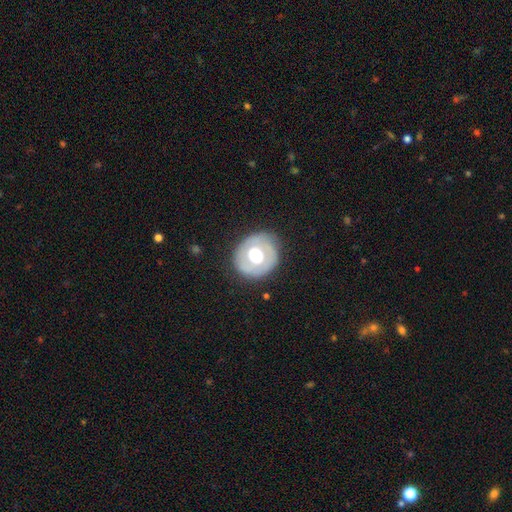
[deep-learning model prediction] smooth_or_featured: smooth (p=0.46) [tied with: featured or disk p=0.46]
merging: none (p=0.79) [alt: minor disturbance p=0.14]